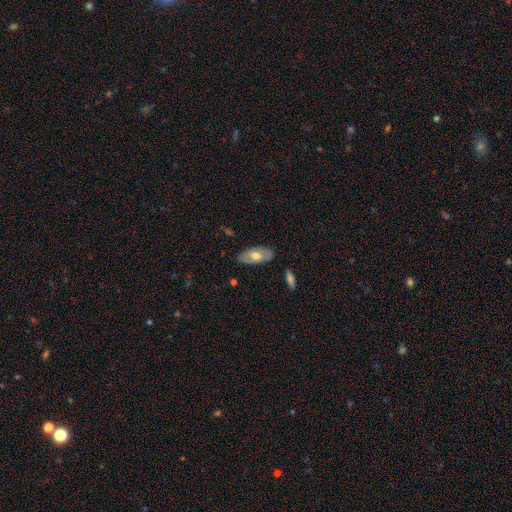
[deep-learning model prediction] Smooth or featured?
  - smooth: 57% *
  - featured or disk: 37%
  - star or artifact: 6%
How rounded?
  - in between: 92% *
  - cigar-shaped: 6%
  - round: 3%
Merging?
  - none: 82% *
  - minor disturbance: 13%
  - major disturbance: 3%
  - merger: 1%